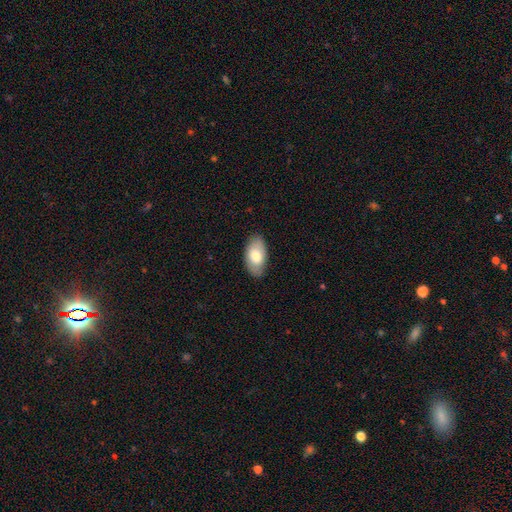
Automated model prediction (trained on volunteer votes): A smooth galaxy with no disk features (75%) that is in between round and cigar-shaped (94%). Merging: none (84%).